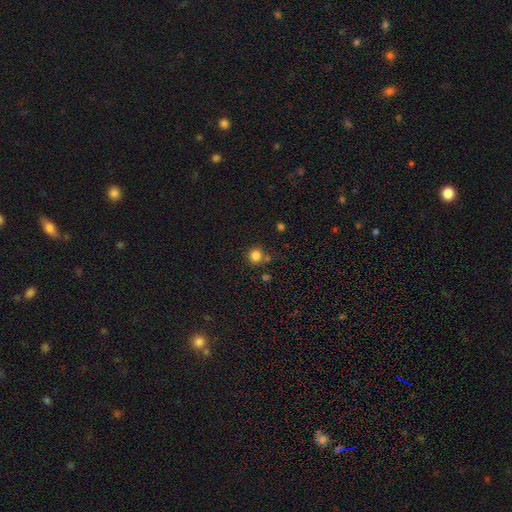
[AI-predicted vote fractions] Overall: smooth (82%). How rounded: round (92%). Merging: none (79%).